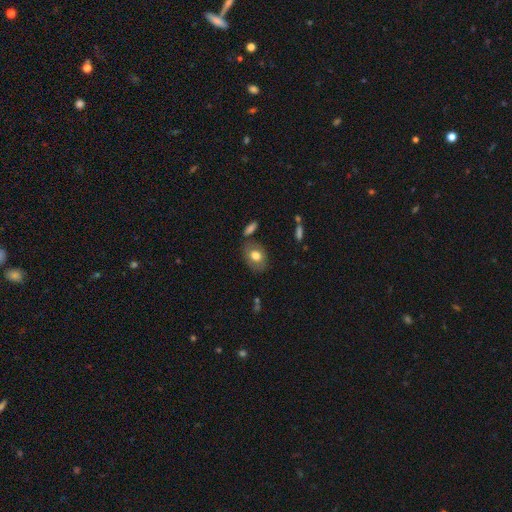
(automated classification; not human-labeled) Smooth or featured? Predicted: smooth (p=0.74). How rounded? Predicted: in between (p=0.69). Merging? Predicted: none (p=0.76).